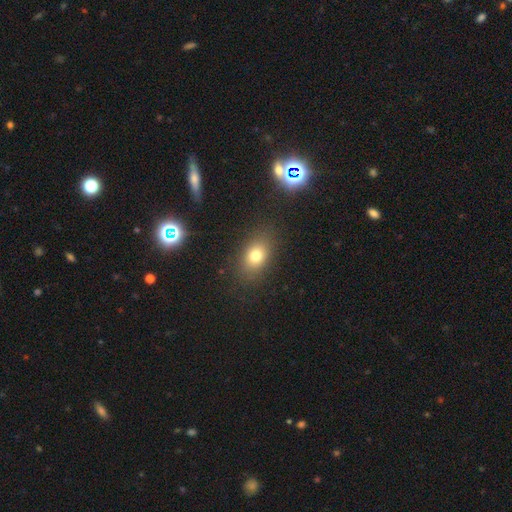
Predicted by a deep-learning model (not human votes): This is likely a smooth galaxy (76%). How rounded: likely in between (72%). Merging: clearly none (83%).